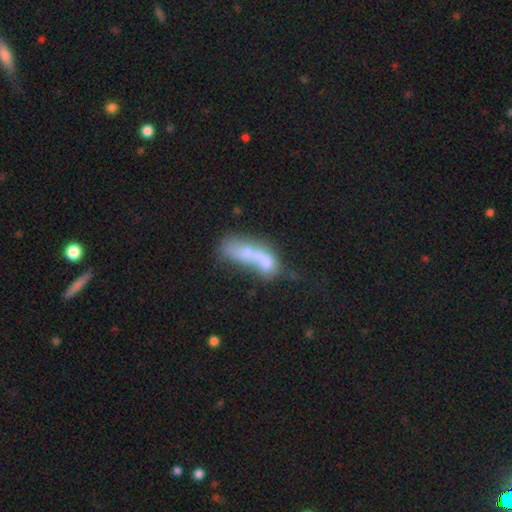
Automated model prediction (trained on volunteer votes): Overall: smooth (53%; featured or disk 37%). How rounded: in between (62%; cigar-shaped 32%). Merging: merger (61%).